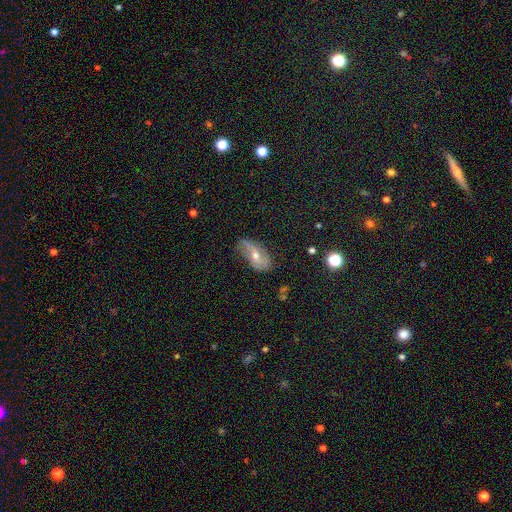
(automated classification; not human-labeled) A featured or disk galaxy (59%) with no bar (50%), spiral arms (75%) and a moderate central bulge (59%). Merging: none (59%).